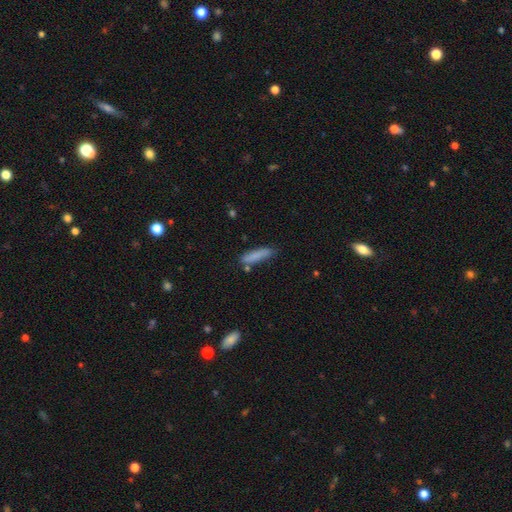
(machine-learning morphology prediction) Smooth or featured? smooth (81%)
How rounded? cigar-shaped (82%)
Merging? none (75%)